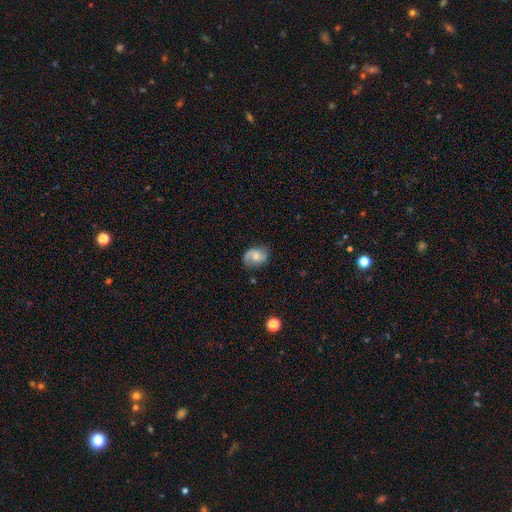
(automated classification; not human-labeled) A featured or disk galaxy (58%) with no bar (59%), 2 (77%) loose (43%) spiral arms (90%) and a moderate central bulge (53%). Merging: none (70%).